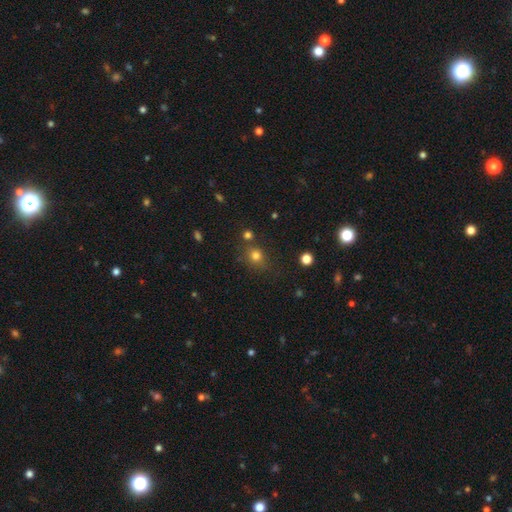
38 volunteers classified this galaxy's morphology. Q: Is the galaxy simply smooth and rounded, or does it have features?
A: smooth — 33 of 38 (87%).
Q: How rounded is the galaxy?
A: round — 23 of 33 (70%).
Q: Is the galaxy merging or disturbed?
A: none — 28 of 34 (82%).